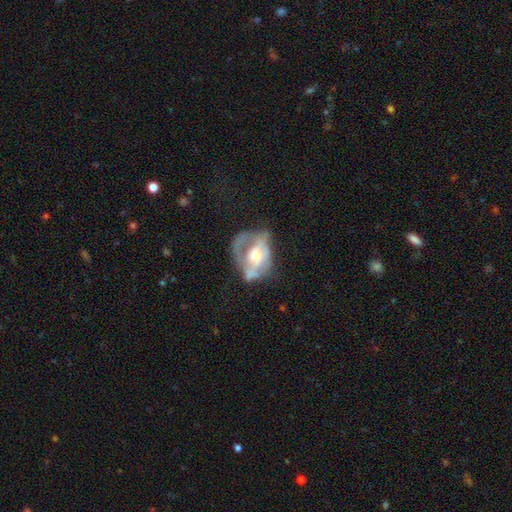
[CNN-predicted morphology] The model was most divided on "spiral arms": no: 54%, yes: 46%. Remaining: edge-on disk — no (96%); bar — no (70%); smooth or featured — featured or disk (64%); bulge size — moderate (62%); merging — major disturbance (39%).